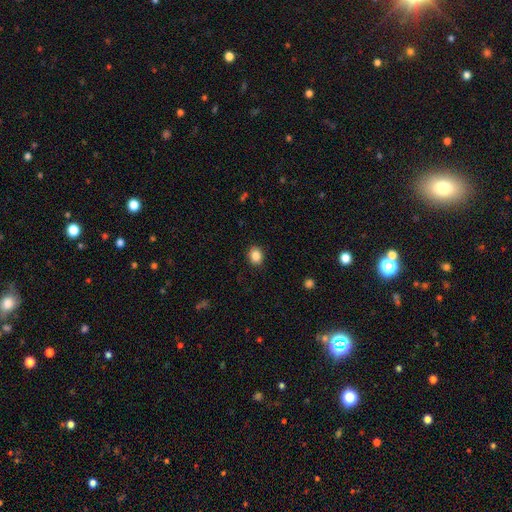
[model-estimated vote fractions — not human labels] A smooth galaxy with no disk features (86%) that is round (61%).

Vote fractions:
- Smooth or featured? smooth: 86% / star or artifact: 9% / featured or disk: 4%
- How rounded? round: 61% / in between: 38% / cigar-shaped: 1%
- Merging? none: 90% / minor disturbance: 7% / major disturbance: 2% / merger: 1%